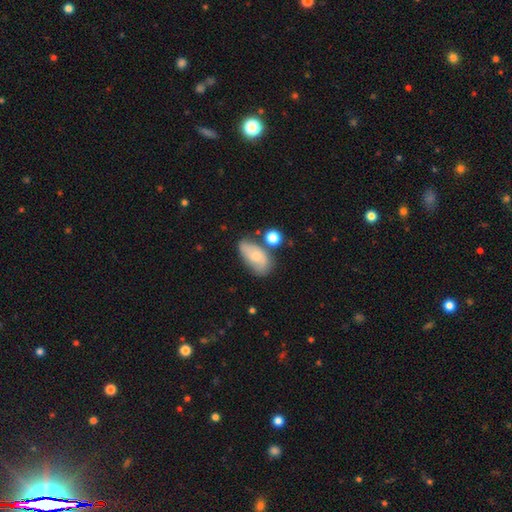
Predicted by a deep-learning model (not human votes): smooth 60%, featured or disk 32%, star or artifact 8%. Down the decision tree: how rounded — in between (89%); merging — none (53%).